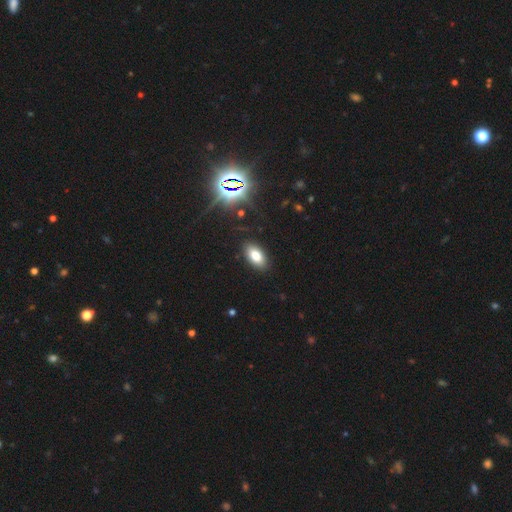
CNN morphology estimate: smooth-or-featured: smooth: 77% | star or artifact: 13% | featured or disk: 10%
  how-rounded: in between: 93% | round: 4% | cigar-shaped: 3%
  merging: none: 89% | minor disturbance: 8% | major disturbance: 2% | merger: 1%